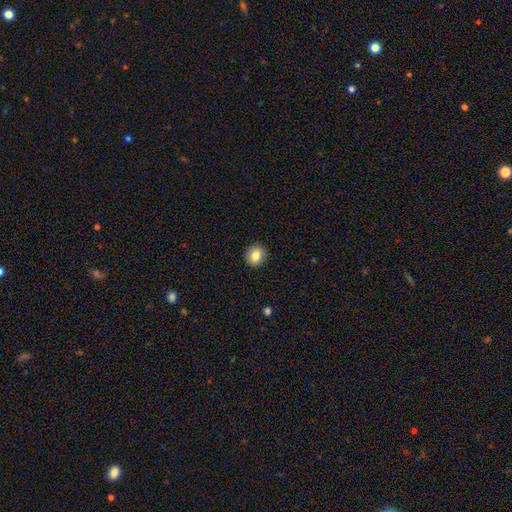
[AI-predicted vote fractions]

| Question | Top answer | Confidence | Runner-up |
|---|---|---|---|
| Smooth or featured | smooth | 83% | star or artifact (9%) |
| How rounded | round | 86% | in between (13%) |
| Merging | none | 91% | minor disturbance (6%) |